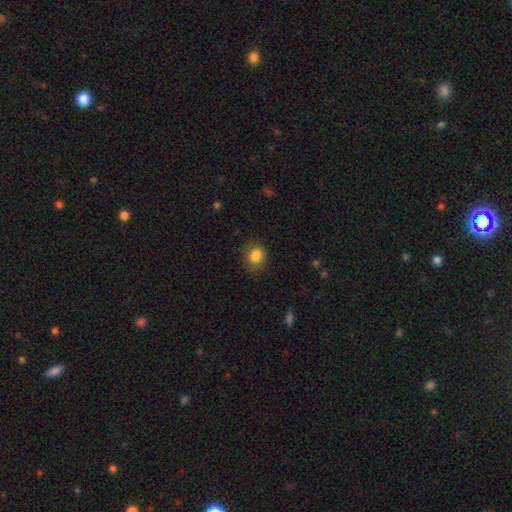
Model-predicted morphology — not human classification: type=smooth (85%); roundness=round (73%); merging=none (83%).